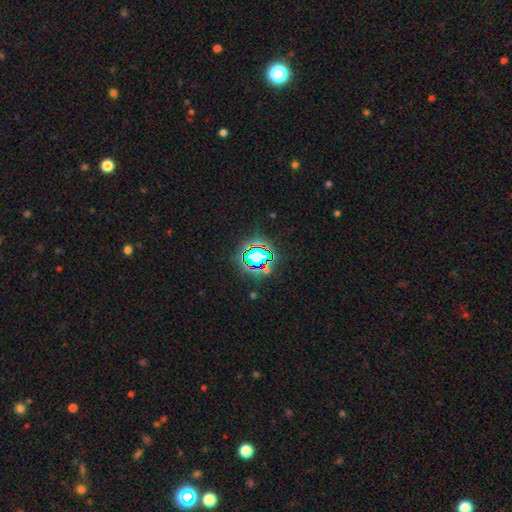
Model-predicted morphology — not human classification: star or artifact 62%, smooth 26%, featured or disk 12%.